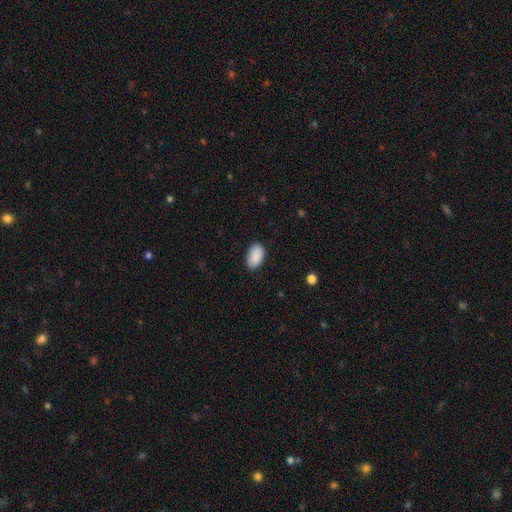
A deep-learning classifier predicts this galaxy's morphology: smooth-or-featured: smooth: 90% | star or artifact: 6% | featured or disk: 3%
  how-rounded: in between: 95% | round: 4% | cigar-shaped: 1%
  merging: none: 86% | minor disturbance: 10% | major disturbance: 2% | merger: 1%